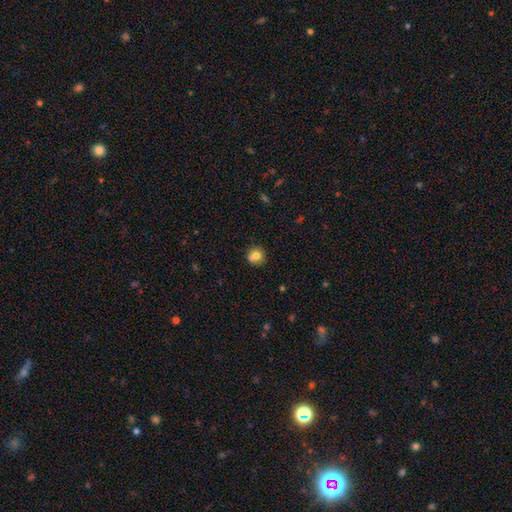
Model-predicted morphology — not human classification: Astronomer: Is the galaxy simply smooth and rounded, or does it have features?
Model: smooth — 77%.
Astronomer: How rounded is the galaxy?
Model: round — 86%.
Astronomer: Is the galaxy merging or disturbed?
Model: none — 74%.